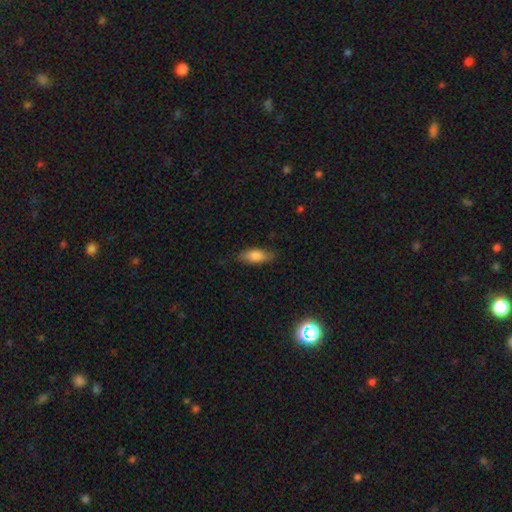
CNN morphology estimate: Q: Smooth or featured?
A: smooth (79%); runner-up: featured or disk (15%)
Q: How rounded?
A: in between (76%); runner-up: cigar-shaped (22%)
Q: Merging?
A: none (80%); runner-up: minor disturbance (15%)